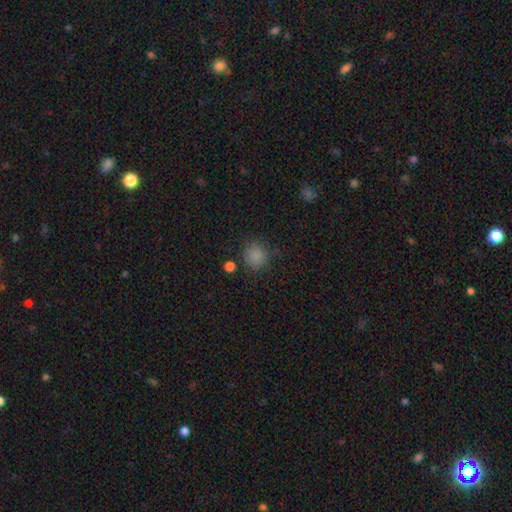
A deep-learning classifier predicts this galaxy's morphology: Smooth or featured?
  - smooth: 83% *
  - star or artifact: 13%
  - featured or disk: 5%
How rounded?
  - round: 88% *
  - in between: 11%
  - cigar-shaped: 1%
Merging?
  - none: 78% *
  - minor disturbance: 13%
  - major disturbance: 5%
  - merger: 3%